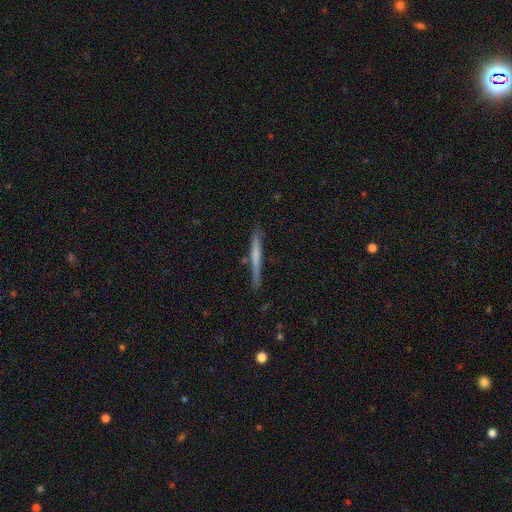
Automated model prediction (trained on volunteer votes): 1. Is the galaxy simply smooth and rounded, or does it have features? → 56% smooth, 38% featured or disk, 6% star or artifact.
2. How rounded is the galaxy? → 96% cigar-shaped, 2% in between, 1% round.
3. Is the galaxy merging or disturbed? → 80% none, 14% minor disturbance, 3% merger, 3% major disturbance.